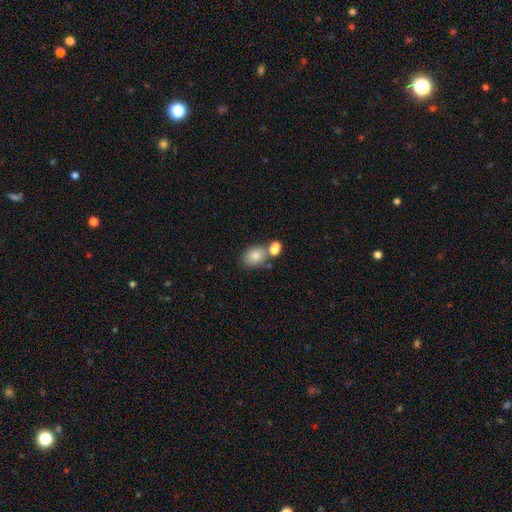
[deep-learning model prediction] Overall: smooth (81%). How rounded: in between (67%; round 32%). Merging: none (51%; merger 32%).